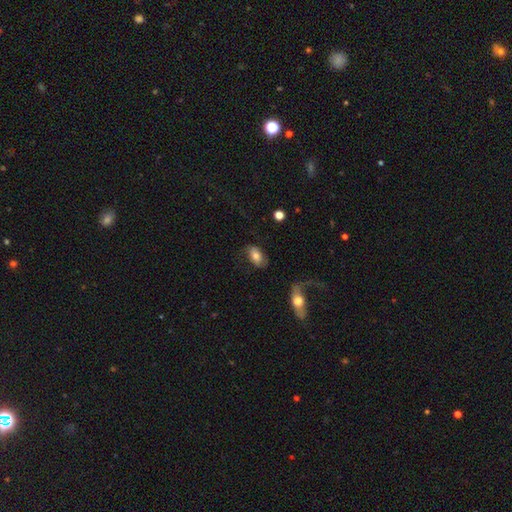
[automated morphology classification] This appears to be a smooth galaxy with no disk features (62%) that is in between round and cigar-shaped (89%). Merging: none (63%).